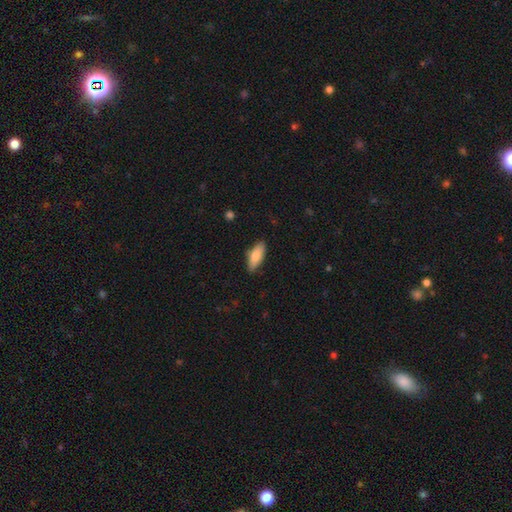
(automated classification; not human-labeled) Morphology: type=smooth (81%); roundness=in between (74%); merging=none (84%).